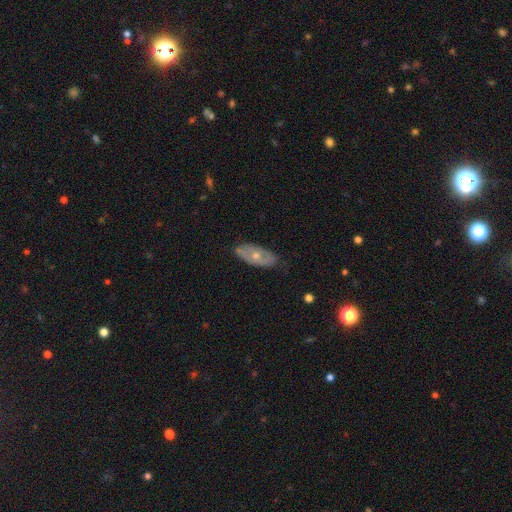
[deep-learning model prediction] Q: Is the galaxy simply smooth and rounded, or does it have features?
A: featured or disk — 54%.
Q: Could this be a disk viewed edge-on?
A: no — 81%.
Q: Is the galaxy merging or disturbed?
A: none — 78%.